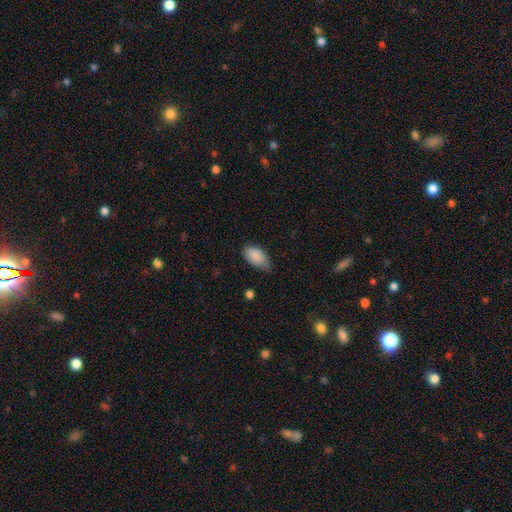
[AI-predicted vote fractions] This is clearly a smooth galaxy (87%). How rounded: clearly in between (94%). Merging: likely none (60%).